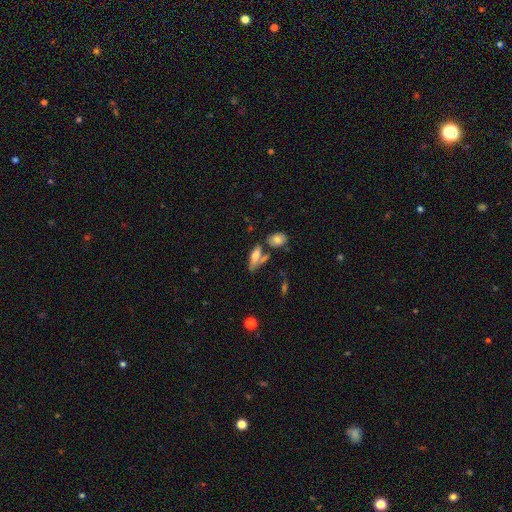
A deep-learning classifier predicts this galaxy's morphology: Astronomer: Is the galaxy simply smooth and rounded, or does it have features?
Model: smooth — 68%.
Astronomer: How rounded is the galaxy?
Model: in between — 70%.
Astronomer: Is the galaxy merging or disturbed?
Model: none — 46% (runner-up: merger, 28%).